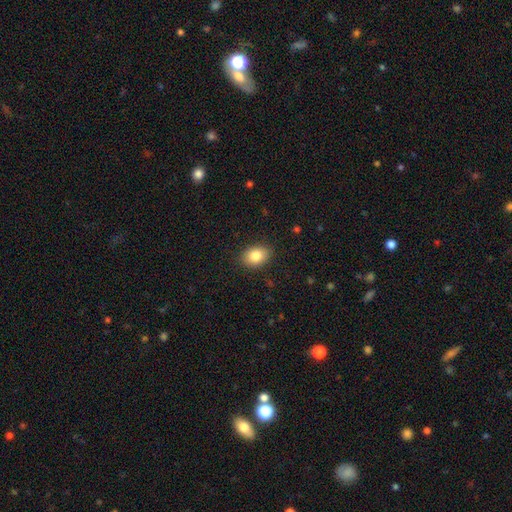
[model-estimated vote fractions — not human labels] Q: Smooth or featured?
A: smooth (84%); runner-up: star or artifact (9%)
Q: How rounded?
A: in between (75%); runner-up: round (24%)
Q: Merging?
A: none (87%); runner-up: minor disturbance (9%)